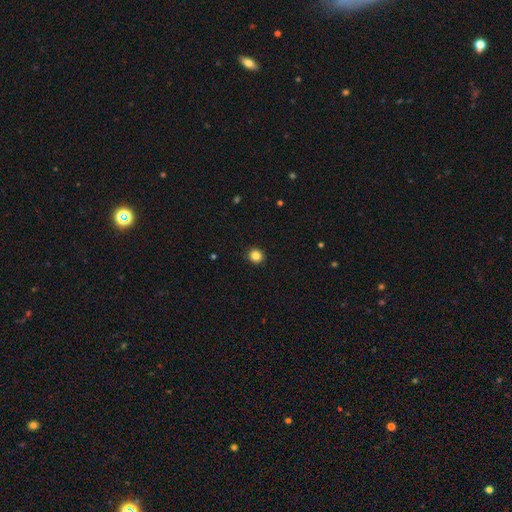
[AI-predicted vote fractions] This appears to be a smooth galaxy with no disk features (85%) that is round (87%). Merging: none (92%).